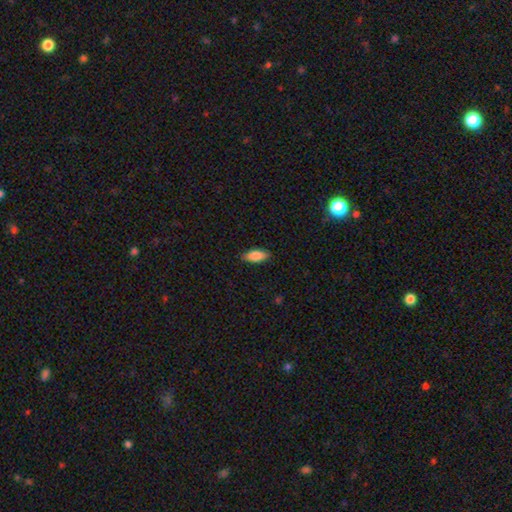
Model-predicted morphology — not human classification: type=smooth (86%); roundness=in between (81%); merging=none (86%).